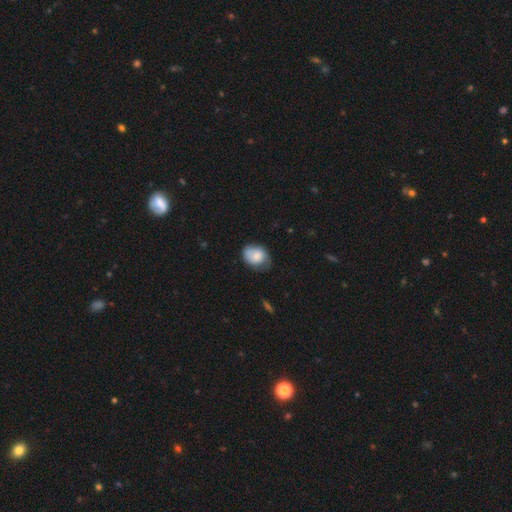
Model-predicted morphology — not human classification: smooth 70%, featured or disk 22%, star or artifact 7%. Down the decision tree: how rounded — in between (60%); merging — none (49%).